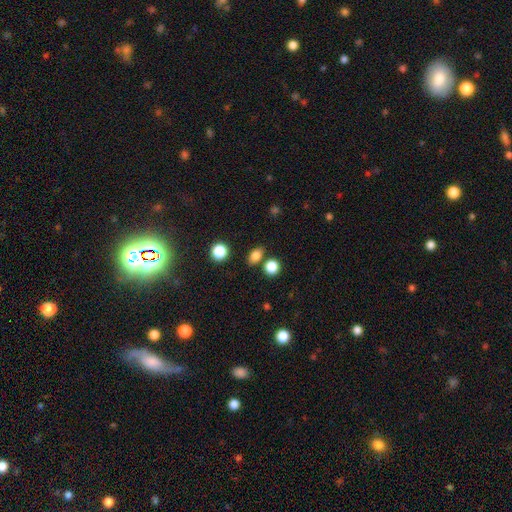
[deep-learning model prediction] The model was most divided on "how rounded": in between: 64%, round: 33%, cigar-shaped: 2%. More confident: smooth or featured — smooth (82%); merging — none (77%).